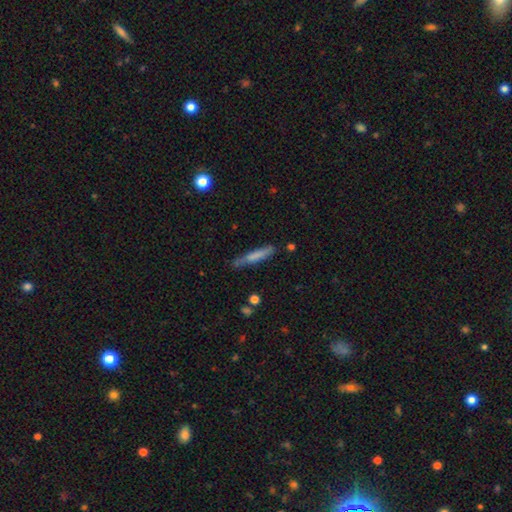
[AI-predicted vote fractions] Smooth or featured?
  - smooth: 70% *
  - featured or disk: 24%
  - star or artifact: 7%
How rounded?
  - cigar-shaped: 92% *
  - in between: 6%
  - round: 1%
Merging?
  - none: 73% *
  - minor disturbance: 19%
  - major disturbance: 4%
  - merger: 3%